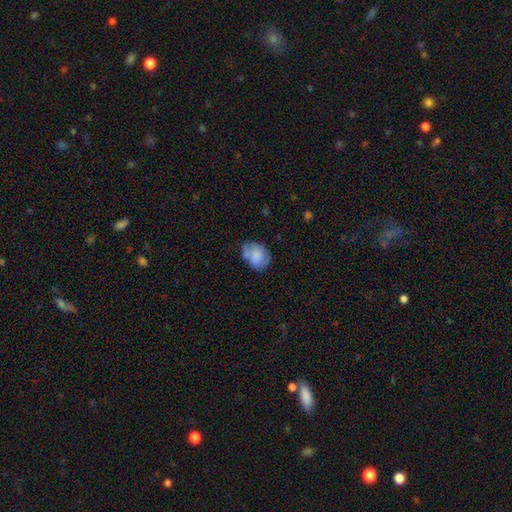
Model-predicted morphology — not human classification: A smooth galaxy with no disk features (68%) that is in between round and cigar-shaped (67%). Merging: none (50%).